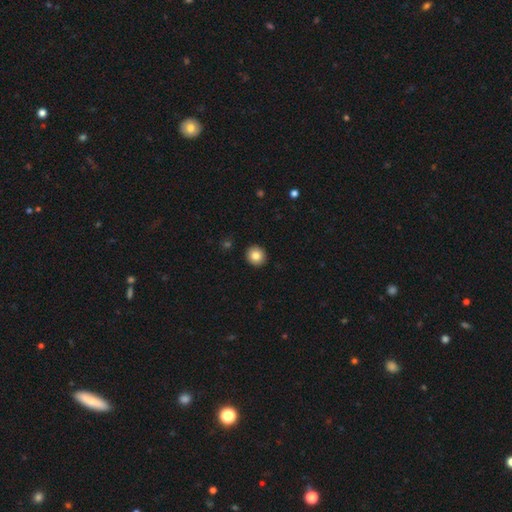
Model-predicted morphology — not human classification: The model was most divided on "smooth or featured": smooth: 84%, star or artifact: 9%, featured or disk: 7%. More confident: merging — none (93%); how rounded — round (90%).